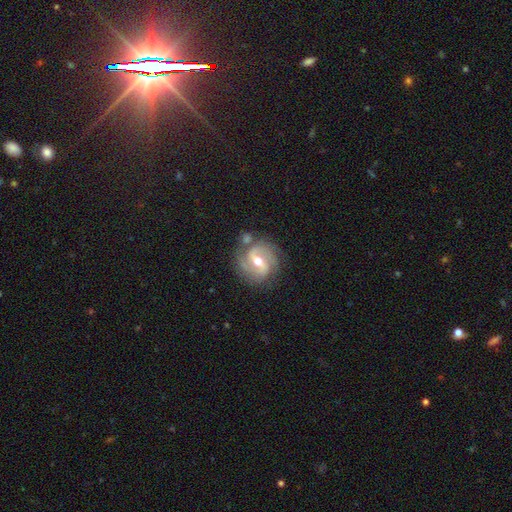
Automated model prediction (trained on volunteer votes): smooth_or_featured: featured or disk (p=0.88) [alt: smooth p=0.07]
disk_edge_on: no (p=0.97) [alt: yes p=0.03]
bar: weak (p=0.47) [alt: strong p=0.34]
has_spiral_arms: yes (p=0.97) [alt: no p=0.03]
spiral_winding: medium (p=0.47) [alt: tight p=0.42]
spiral_arm_count: 2 (p=0.56) [alt: 3 p=0.27]
bulge_size: moderate (p=0.72) [alt: small p=0.23]
merging: none (p=0.72) [alt: minor disturbance p=0.15]